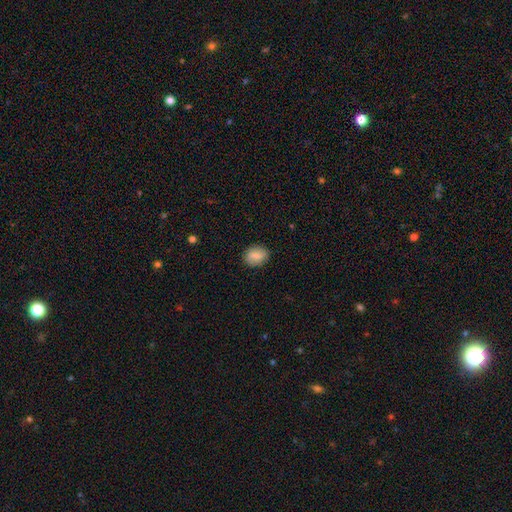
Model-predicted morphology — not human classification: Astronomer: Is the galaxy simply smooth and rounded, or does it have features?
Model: smooth — 80%.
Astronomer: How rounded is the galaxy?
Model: in between — 56% (runner-up: round, 42%).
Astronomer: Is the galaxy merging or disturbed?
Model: none — 85%.